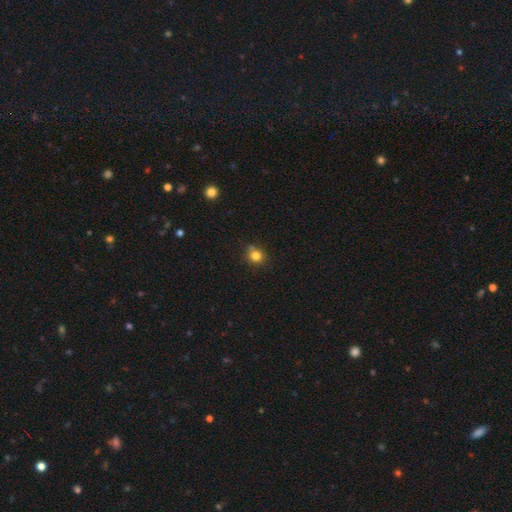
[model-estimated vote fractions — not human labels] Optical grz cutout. It shows a smooth galaxy with no disk features (80%) that is round (83%). Merging: none (72%).